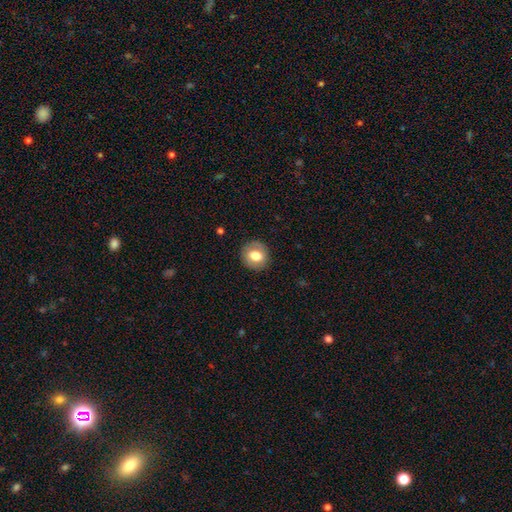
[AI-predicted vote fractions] Smooth or featured? Predicted: smooth (p=0.69). How rounded? Predicted: round (p=0.81). Merging? Predicted: none (p=0.86).